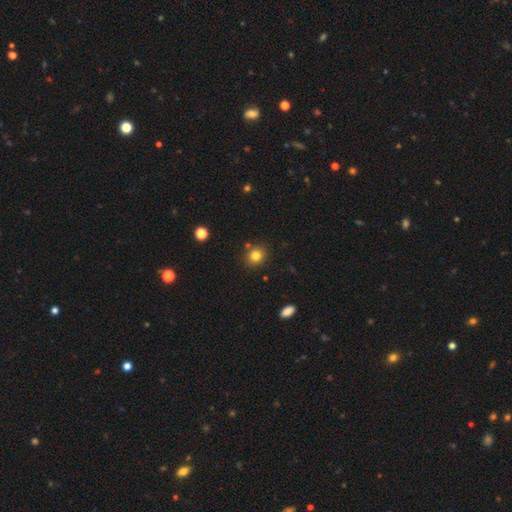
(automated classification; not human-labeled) Q: Smooth or featured?
A: smooth (81%); runner-up: star or artifact (13%)
Q: How rounded?
A: round (81%); runner-up: in between (18%)
Q: Merging?
A: none (83%); runner-up: minor disturbance (9%)